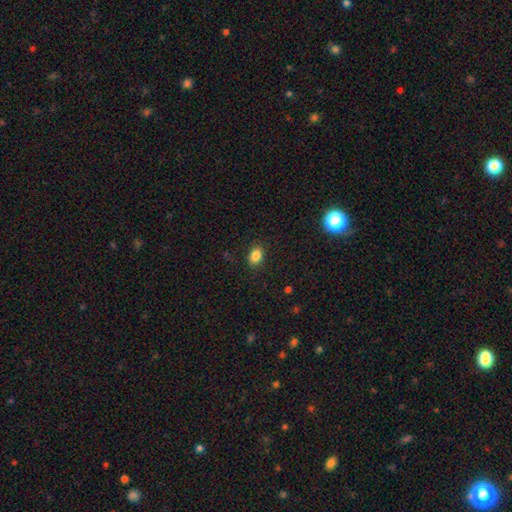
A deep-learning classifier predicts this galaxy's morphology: Smooth or featured?
  - smooth: 85% *
  - star or artifact: 10%
  - featured or disk: 5%
How rounded?
  - in between: 74% *
  - round: 24%
  - cigar-shaped: 1%
Merging?
  - none: 86% *
  - minor disturbance: 10%
  - major disturbance: 3%
  - merger: 1%